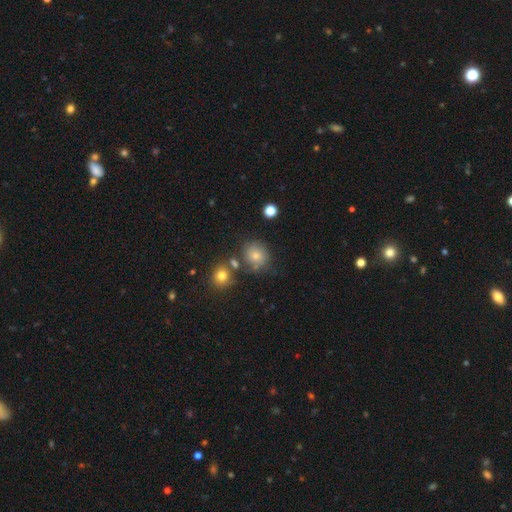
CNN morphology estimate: Smooth or featured?
  - smooth: 68% *
  - featured or disk: 17%
  - star or artifact: 14%
How rounded?
  - round: 85% *
  - in between: 15%
  - cigar-shaped: 1%
Merging?
  - none: 65% *
  - minor disturbance: 17%
  - merger: 11%
  - major disturbance: 7%